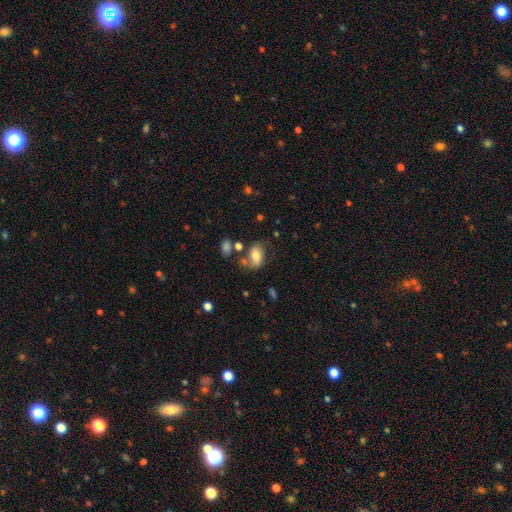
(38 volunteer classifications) smooth 84%, featured or disk 11%, star or artifact 5%. Down the decision tree: how rounded — in between (78%); merging — none (39%).